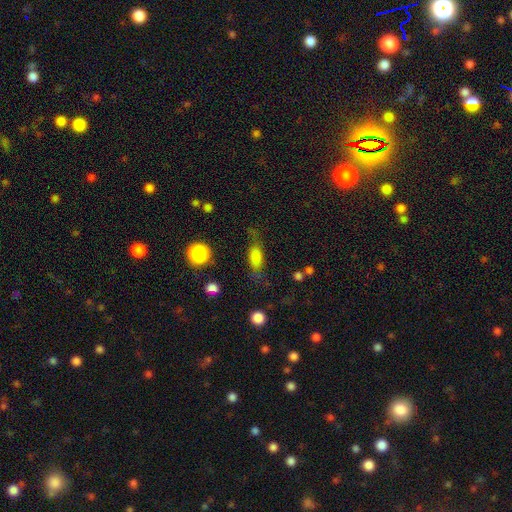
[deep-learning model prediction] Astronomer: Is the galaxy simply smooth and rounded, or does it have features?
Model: smooth — 71%.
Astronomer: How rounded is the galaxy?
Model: in between — 71%.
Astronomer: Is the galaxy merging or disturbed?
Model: none — 62%.